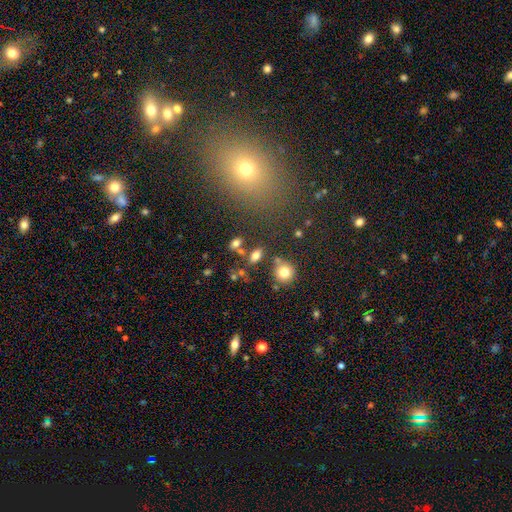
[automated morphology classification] smooth_or_featured: smooth (p=0.75) [alt: featured or disk p=0.13]
how_rounded: in between (p=0.82) [alt: round p=0.12]
merging: none (p=0.67) [alt: merger p=0.16]